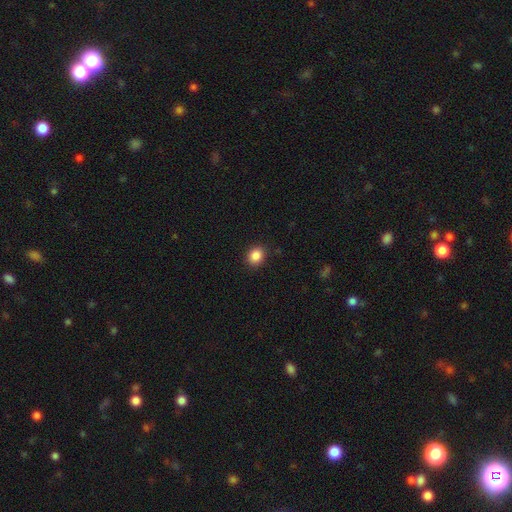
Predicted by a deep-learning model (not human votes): This appears to be a smooth galaxy with no disk features (87%) that is round (68%). Merging: none (89%).